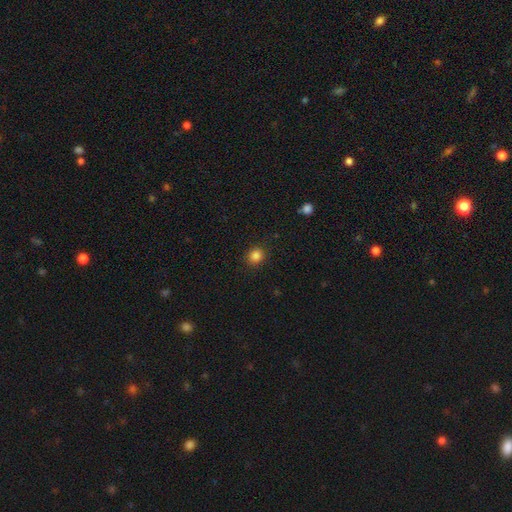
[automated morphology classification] A smooth galaxy with no disk features (85%) that is round (84%).

Vote fractions:
- Smooth or featured? smooth: 85% / star or artifact: 12% / featured or disk: 4%
- How rounded? round: 84% / in between: 15% / cigar-shaped: 1%
- Merging? none: 90% / minor disturbance: 7% / major disturbance: 2% / merger: 1%